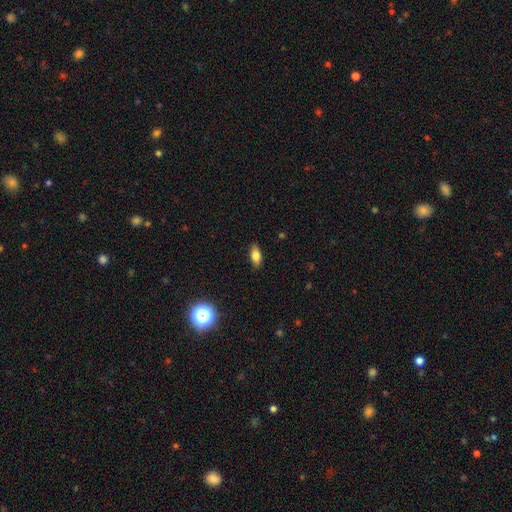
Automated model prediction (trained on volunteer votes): Smooth or featured?
  - smooth: 79% *
  - featured or disk: 13%
  - star or artifact: 9%
How rounded?
  - in between: 84% *
  - cigar-shaped: 12%
  - round: 4%
Merging?
  - none: 88% *
  - minor disturbance: 9%
  - major disturbance: 2%
  - merger: 1%